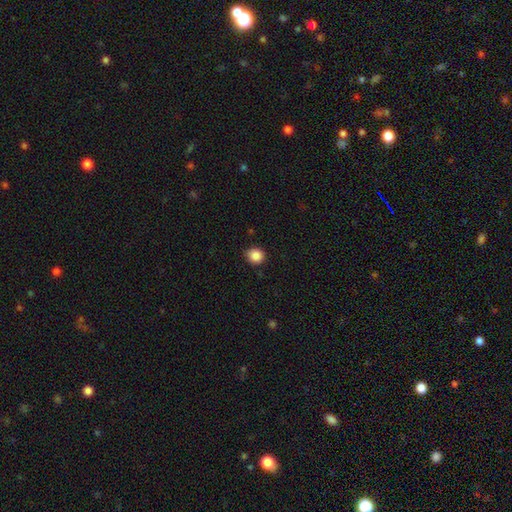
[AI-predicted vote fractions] This appears to be a smooth galaxy with no disk features (87%) that is round (88%). Merging: none (87%).